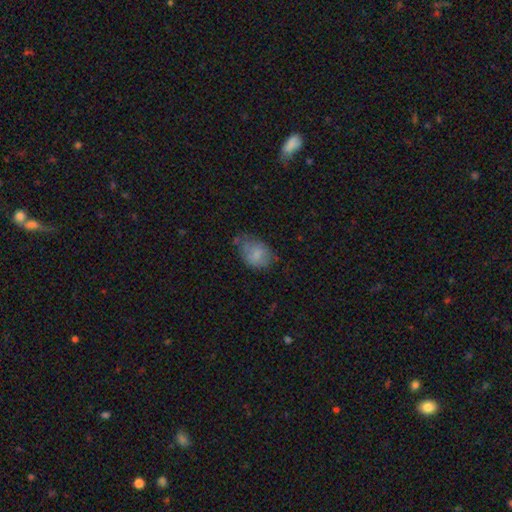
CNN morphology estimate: Smooth or featured?
  - smooth: 76% *
  - featured or disk: 15%
  - star or artifact: 9%
How rounded?
  - in between: 78% *
  - round: 21%
  - cigar-shaped: 1%
Merging?
  - none: 44% *
  - minor disturbance: 36%
  - major disturbance: 15%
  - merger: 4%